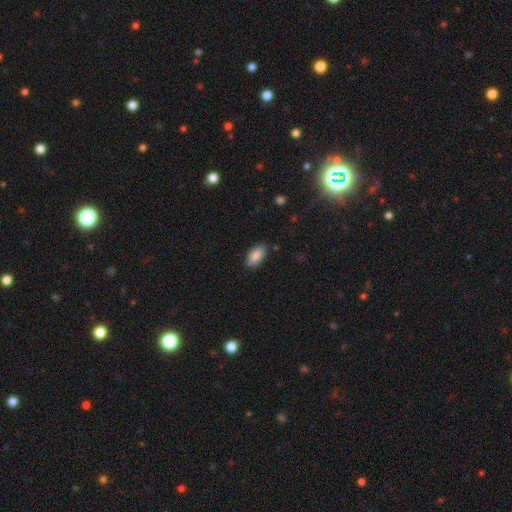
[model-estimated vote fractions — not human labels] This appears to be a smooth galaxy with no disk features (88%) that is in between round and cigar-shaped (93%). Merging: none (86%).